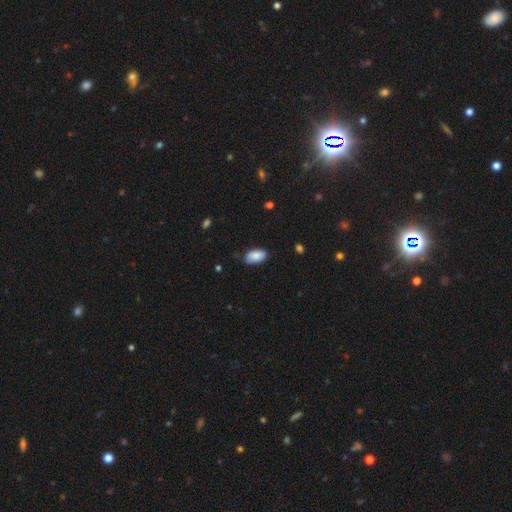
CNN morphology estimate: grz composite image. It shows a smooth galaxy with no disk features (85%) that is in between round and cigar-shaped (95%). Merging: none (77%).